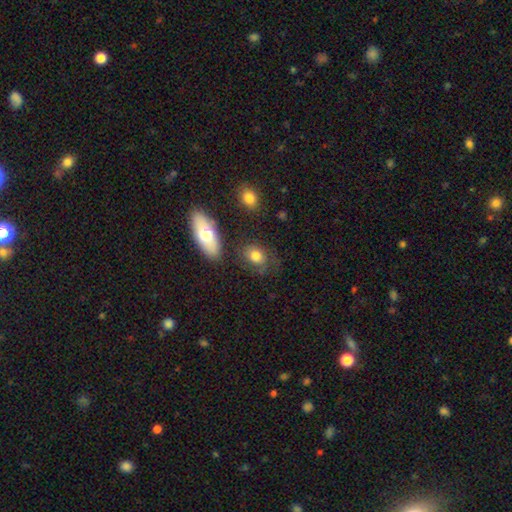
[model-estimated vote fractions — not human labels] Morphology: type=smooth (75%); roundness=in between (69%); merging=none (63%).